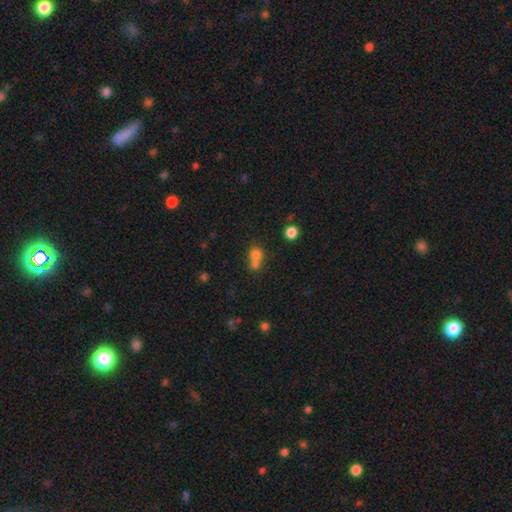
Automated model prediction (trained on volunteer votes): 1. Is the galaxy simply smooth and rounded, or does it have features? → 73% smooth, 15% star or artifact, 12% featured or disk.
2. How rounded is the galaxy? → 78% round, 21% in between, 1% cigar-shaped.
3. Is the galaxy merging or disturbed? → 57% merger, 33% none, 6% minor disturbance, 3% major disturbance.